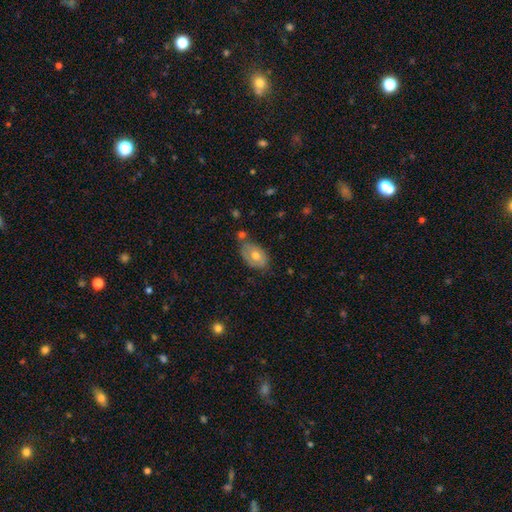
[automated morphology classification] This appears to be a smooth galaxy with no disk features (60%) that is in between round and cigar-shaped (87%). Merging: none (54%).